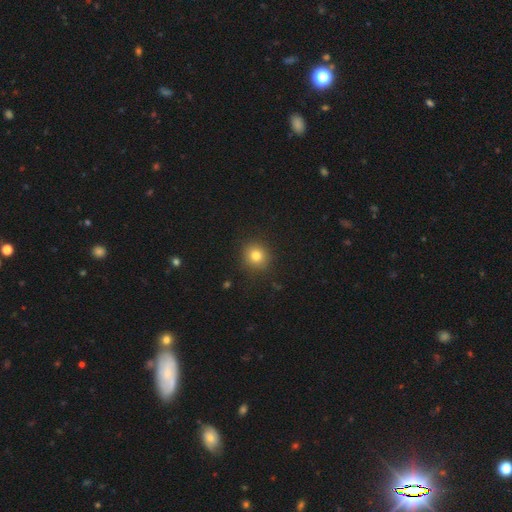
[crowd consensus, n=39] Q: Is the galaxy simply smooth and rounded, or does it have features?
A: smooth — 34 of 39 (87%).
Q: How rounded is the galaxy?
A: round — 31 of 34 (91%).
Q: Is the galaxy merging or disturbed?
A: none — 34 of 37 (92%).